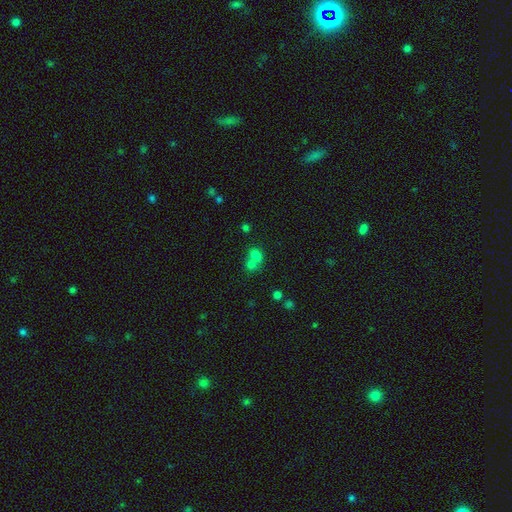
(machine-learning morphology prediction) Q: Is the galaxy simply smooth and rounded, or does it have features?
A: smooth — 71%.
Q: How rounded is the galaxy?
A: in between — 51%.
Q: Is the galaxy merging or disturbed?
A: merger — 60%.